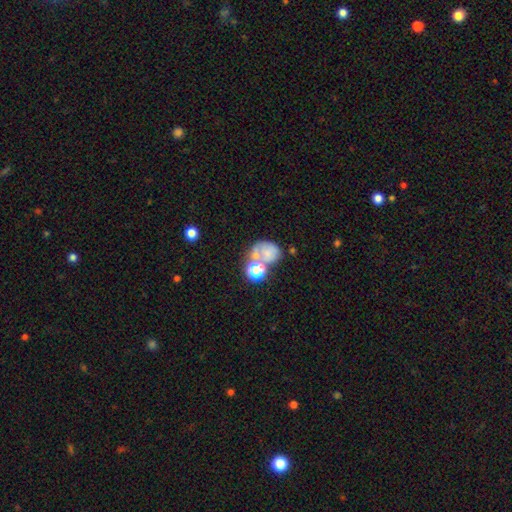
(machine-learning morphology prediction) Q: Smooth or featured?
A: star or artifact (42%); runner-up: smooth (38%)